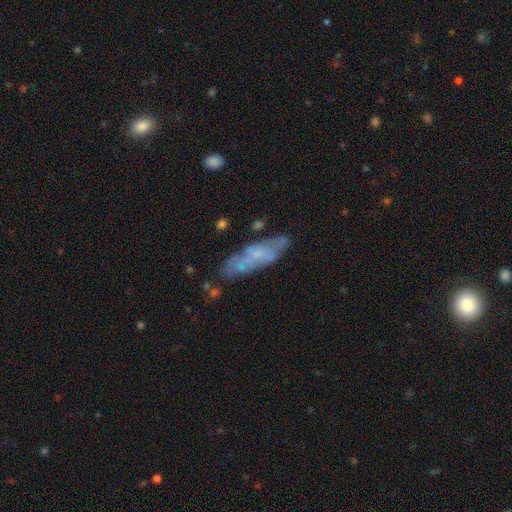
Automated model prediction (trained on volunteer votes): Overall: featured or disk (51%; smooth 41%). Edge-on disk: no (69%; yes 31%). Merging: none (65%).